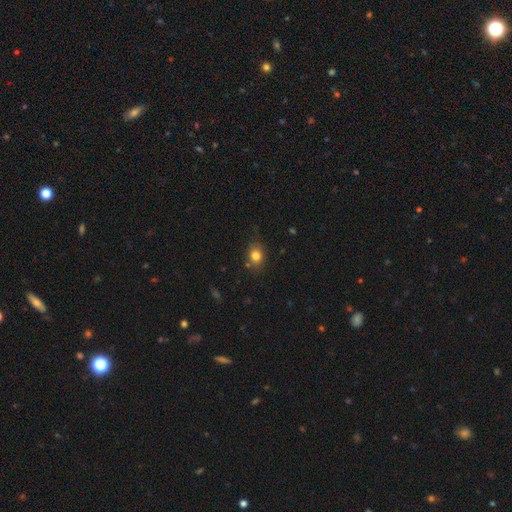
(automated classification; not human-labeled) The model was most divided on "how rounded": round: 50%, in between: 48%, cigar-shaped: 1%. More confident: smooth or featured — smooth (80%); merging — none (77%).